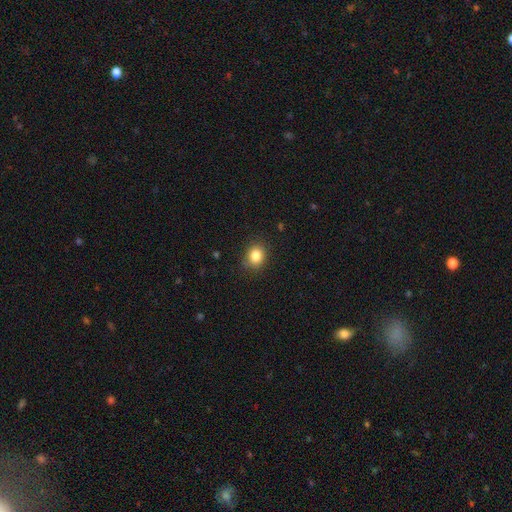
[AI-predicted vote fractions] Smooth or featured? smooth (84%)
How rounded? round (64%)
Merging? none (85%)